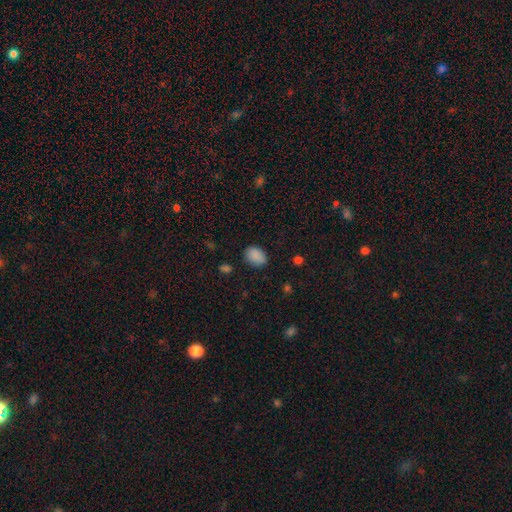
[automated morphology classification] Smooth or featured? Predicted: smooth (p=0.87). How rounded? Predicted: in between (p=0.72). Merging? Predicted: none (p=0.79).